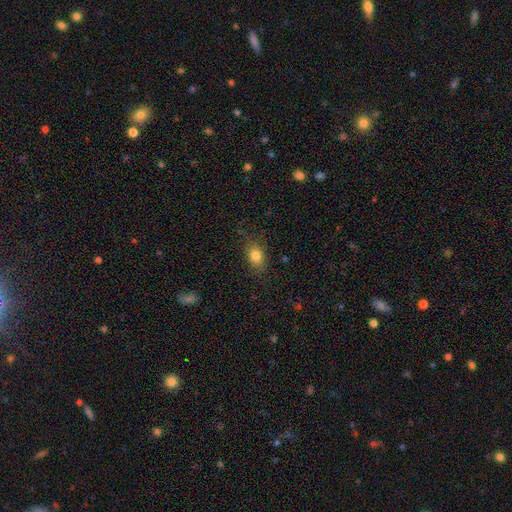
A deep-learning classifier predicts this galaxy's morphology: Q: Smooth or featured?
A: smooth (82%); runner-up: star or artifact (10%)
Q: How rounded?
A: in between (75%); runner-up: round (22%)
Q: Merging?
A: none (80%); runner-up: minor disturbance (15%)